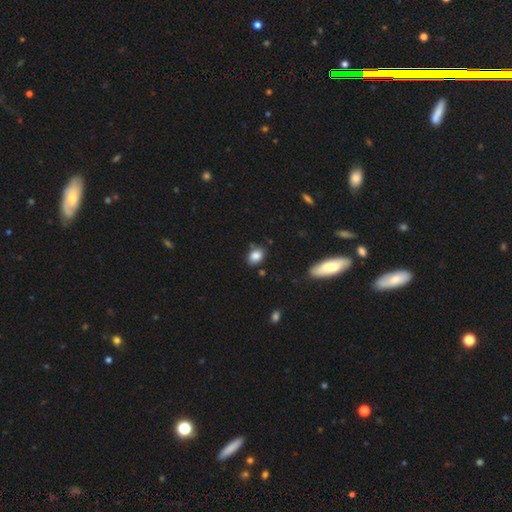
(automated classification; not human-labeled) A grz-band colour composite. It shows a smooth galaxy with no disk features (85%) that is in between round and cigar-shaped (69%). Merging: none (76%).